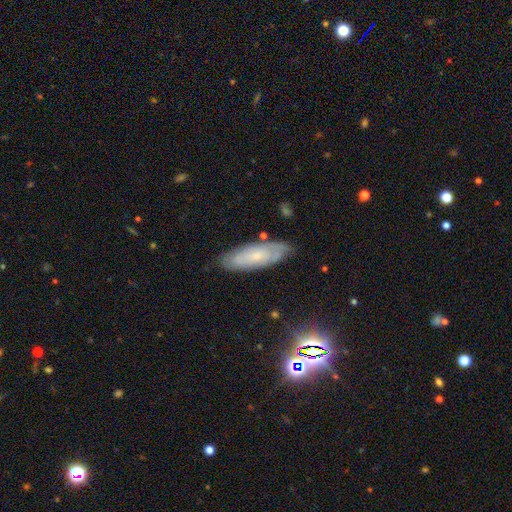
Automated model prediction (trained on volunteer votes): Smooth or featured? featured or disk (46%)
Merging? none (78%)